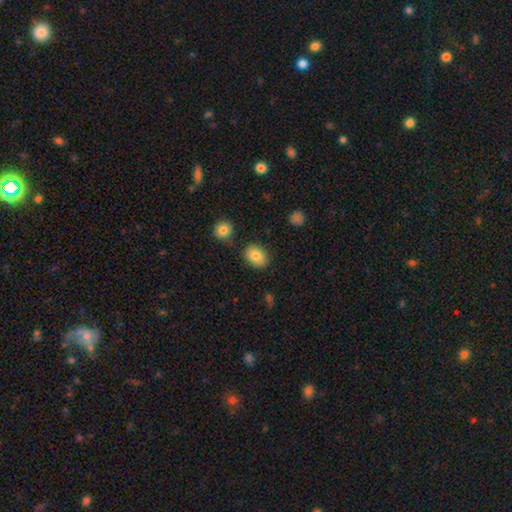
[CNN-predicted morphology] type=smooth (81%); roundness=in between (58%); merging=none (82%).